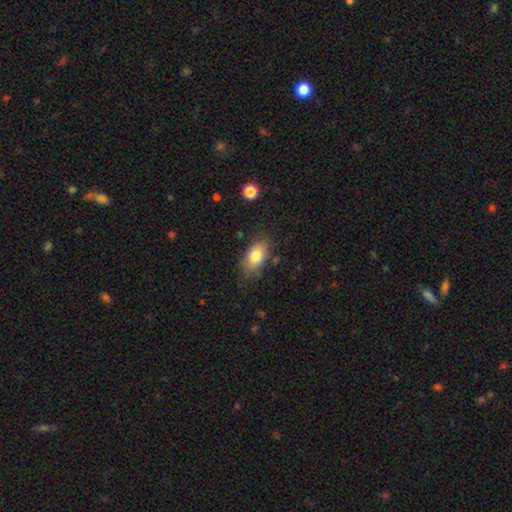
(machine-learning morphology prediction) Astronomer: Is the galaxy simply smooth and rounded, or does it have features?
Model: smooth — 80%.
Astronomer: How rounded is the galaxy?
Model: in between — 89%.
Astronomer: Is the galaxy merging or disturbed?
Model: none — 75%.